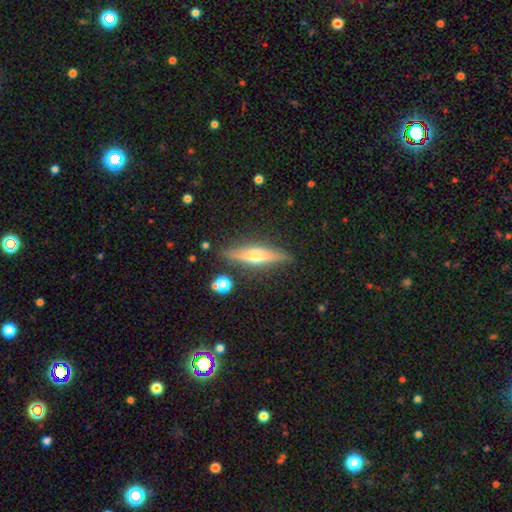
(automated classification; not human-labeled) Smooth or featured? featured or disk (65%)
Edge-on disk? yes (95%)
Edge-on bulge? rounded (89%)
Merging? none (86%)